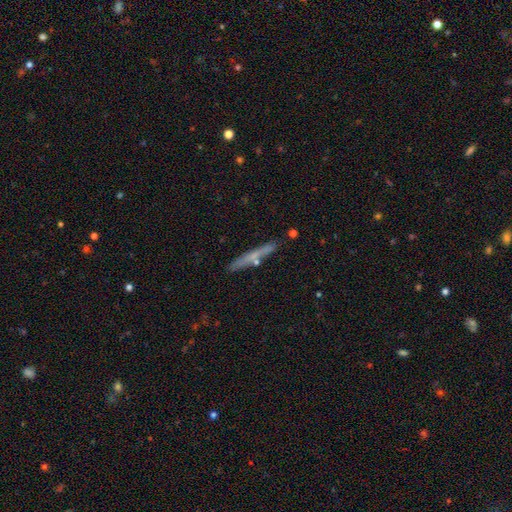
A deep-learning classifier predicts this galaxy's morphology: This appears to be a featured or disk galaxy (47%). Merging: none (79%).